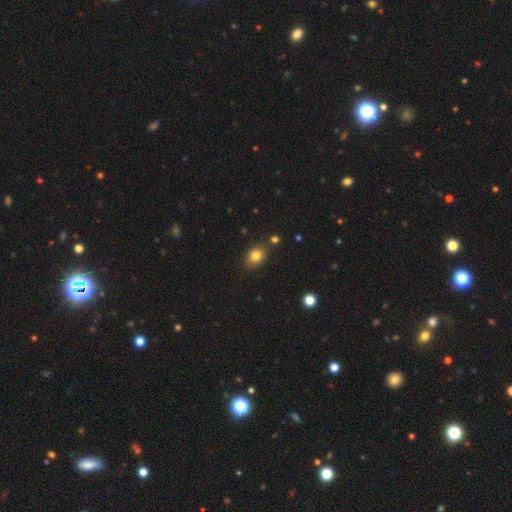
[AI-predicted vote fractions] This appears to be a smooth galaxy with no disk features (82%) that is in between round and cigar-shaped (60%). Merging: none (81%).